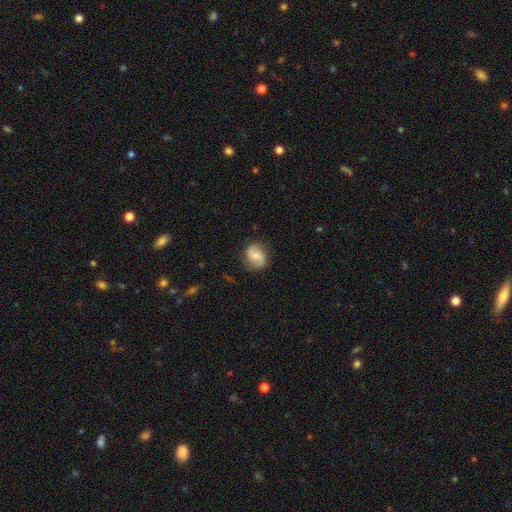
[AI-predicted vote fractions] featured or disk 60%, smooth 33%, star or artifact 7%. Down the decision tree: edge-on disk — no (97%); bar — no (54%); spiral arms — yes (92%); spiral arm count — 2 (89%); spiral winding — loose (44%); bulge size — small (46%); merging — none (78%).